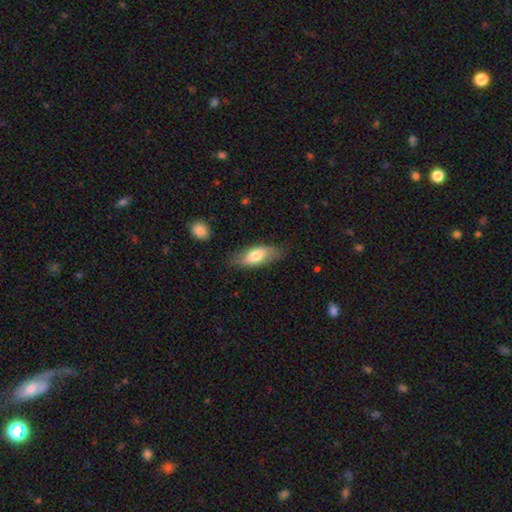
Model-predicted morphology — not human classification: Q: Smooth or featured?
A: smooth (68%); runner-up: featured or disk (26%)
Q: How rounded?
A: in between (80%); runner-up: cigar-shaped (17%)
Q: Merging?
A: none (71%); runner-up: minor disturbance (22%)